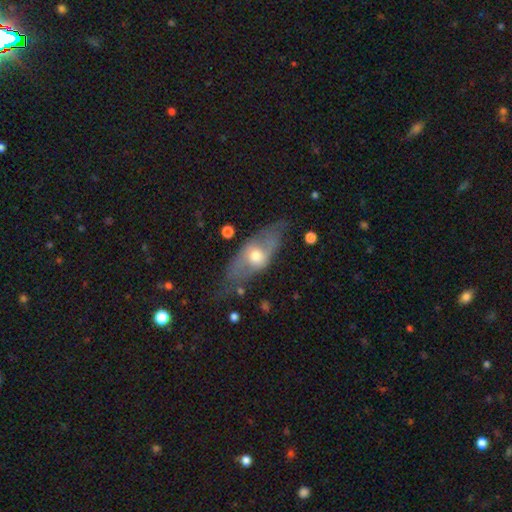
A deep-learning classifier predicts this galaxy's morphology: A featured or disk galaxy (55%).

Vote fractions:
- Smooth or featured? featured or disk: 55% / smooth: 39% / star or artifact: 7%
- Edge-on disk? no: 72% / yes: 28%
- Merging? none: 57% / minor disturbance: 24% / major disturbance: 15% / merger: 3%